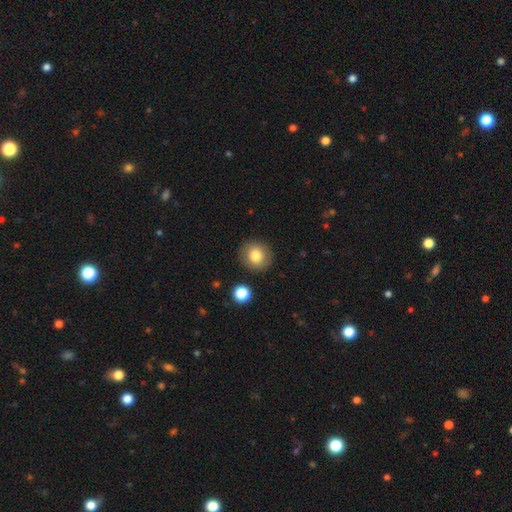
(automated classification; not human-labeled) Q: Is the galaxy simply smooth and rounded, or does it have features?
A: smooth — 80%.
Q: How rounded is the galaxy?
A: round — 91%.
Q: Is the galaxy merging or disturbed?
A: none — 89%.